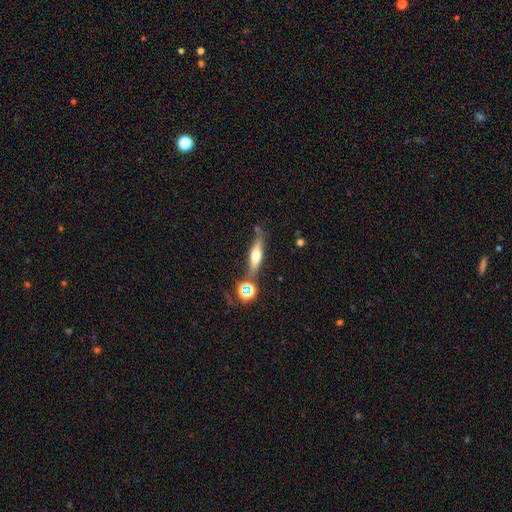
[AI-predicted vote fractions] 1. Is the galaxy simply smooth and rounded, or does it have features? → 50% featured or disk, 39% smooth, 10% star or artifact.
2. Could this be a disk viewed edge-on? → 85% yes, 15% no.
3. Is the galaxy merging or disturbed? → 68% none, 17% minor disturbance, 9% merger, 6% major disturbance.